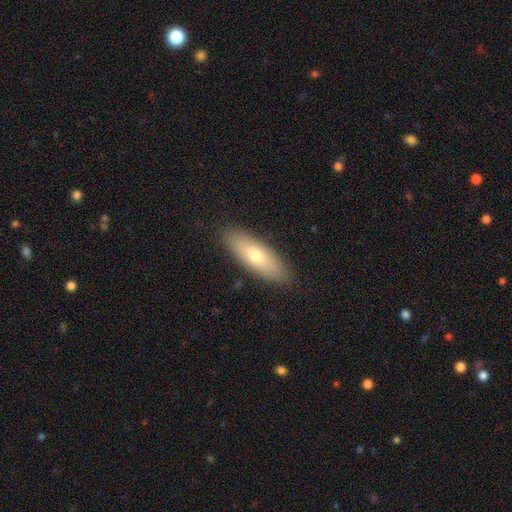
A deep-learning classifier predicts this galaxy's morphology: smooth 70%, featured or disk 24%, star or artifact 6%. Down the decision tree: how rounded — in between (59%); merging — none (88%).